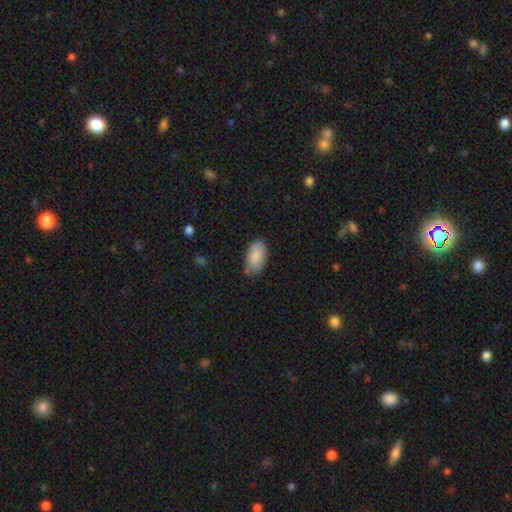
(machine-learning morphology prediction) Q: Smooth or featured?
A: smooth (86%); runner-up: featured or disk (7%)
Q: How rounded?
A: in between (95%); runner-up: round (3%)
Q: Merging?
A: none (70%); runner-up: minor disturbance (22%)